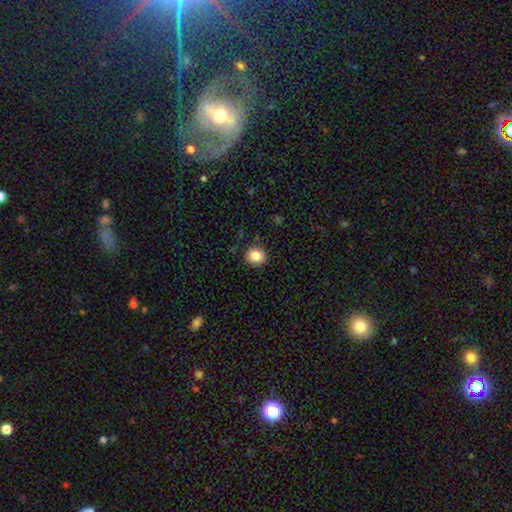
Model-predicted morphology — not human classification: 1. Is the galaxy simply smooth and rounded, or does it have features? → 85% smooth, 10% star or artifact, 5% featured or disk.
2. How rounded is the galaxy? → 81% round, 18% in between, 1% cigar-shaped.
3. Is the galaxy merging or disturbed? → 89% none, 7% minor disturbance, 2% major disturbance, 1% merger.